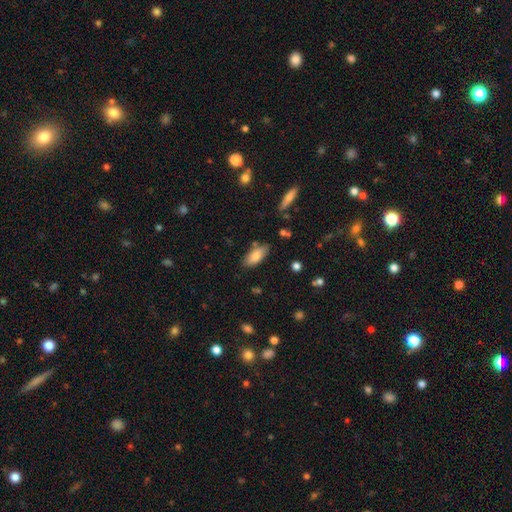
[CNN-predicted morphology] Smooth or featured: smooth — 81% (featured or disk — 12%)
How rounded: in between — 85% (cigar-shaped — 13%)
Merging: none — 78% (minor disturbance — 15%)